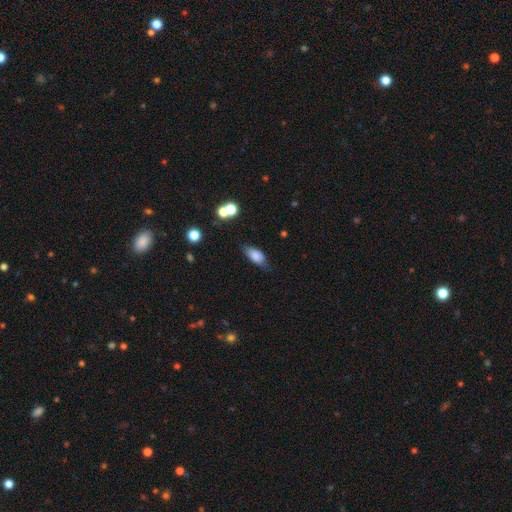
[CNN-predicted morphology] Smooth or featured: smooth — 79% (featured or disk — 13%)
How rounded: in between — 84% (cigar-shaped — 12%)
Merging: none — 67% (minor disturbance — 23%)